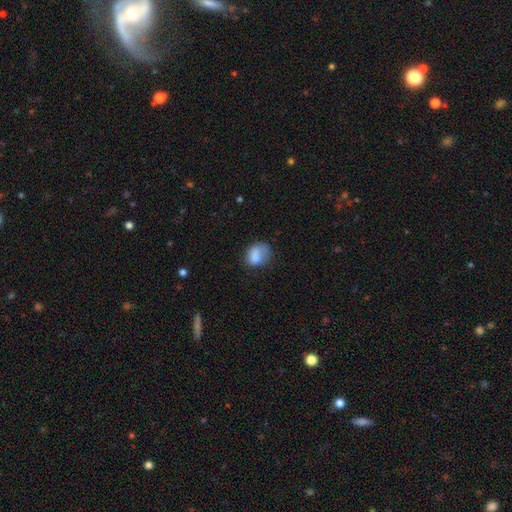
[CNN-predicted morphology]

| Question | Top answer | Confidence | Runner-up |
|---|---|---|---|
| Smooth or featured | smooth | 79% | featured or disk (12%) |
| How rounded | round | 50% | in between (49%) |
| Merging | none | 45% | minor disturbance (30%) |